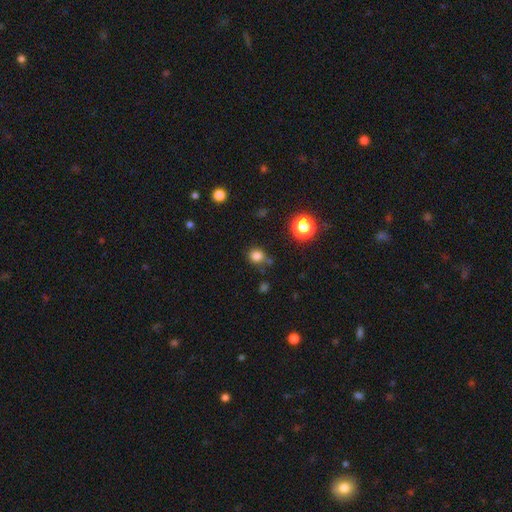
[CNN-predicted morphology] smooth-or-featured: smooth: 80% | star or artifact: 15% | featured or disk: 5%
  how-rounded: round: 80% | in between: 19% | cigar-shaped: 1%
  merging: none: 73% | minor disturbance: 15% | merger: 7% | major disturbance: 5%